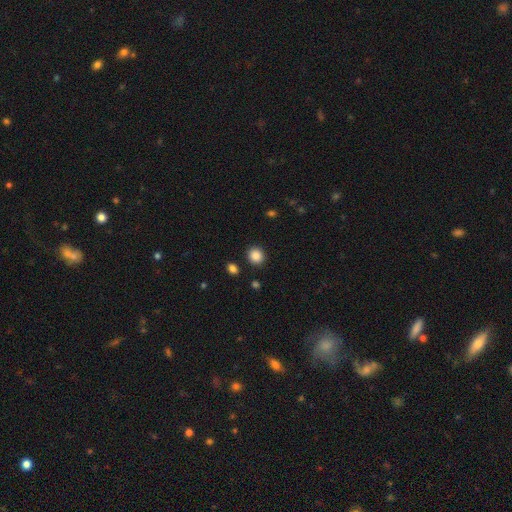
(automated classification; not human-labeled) Morphology: type=smooth (87%); roundness=round (84%); merging=none (89%).